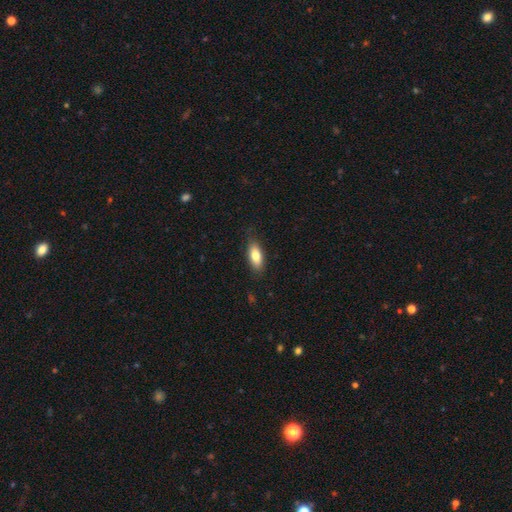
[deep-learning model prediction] Morphology: type=smooth (79%); roundness=in between (80%); merging=none (82%).